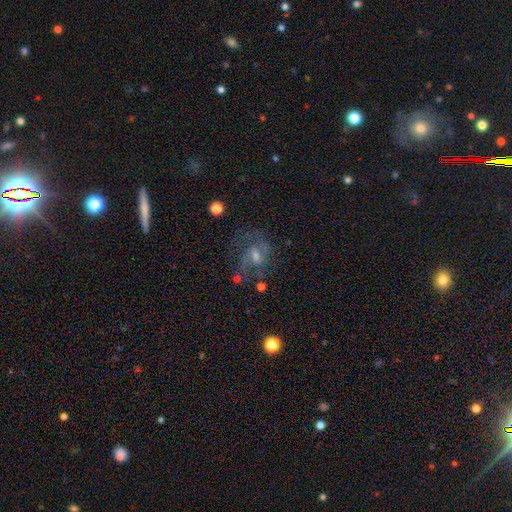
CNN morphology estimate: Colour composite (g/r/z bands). It shows a featured or disk galaxy (68%) with a weak bar (48%), 2 (46%) medium (51%) spiral arms (84%) and a moderate central bulge (43%). Merging: none (58%).